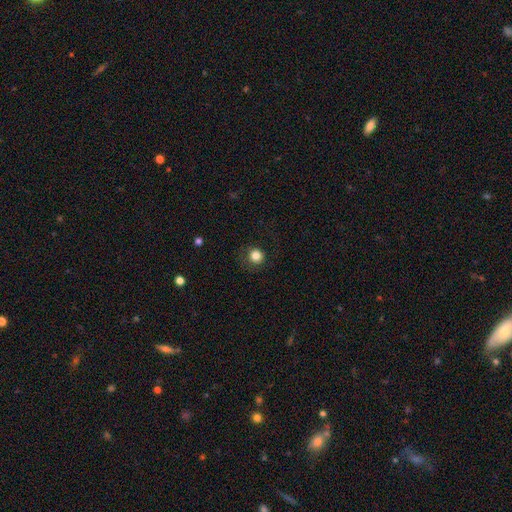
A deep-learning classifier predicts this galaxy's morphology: This appears to be a smooth galaxy with no disk features (83%) that is round (92%). Merging: none (80%).